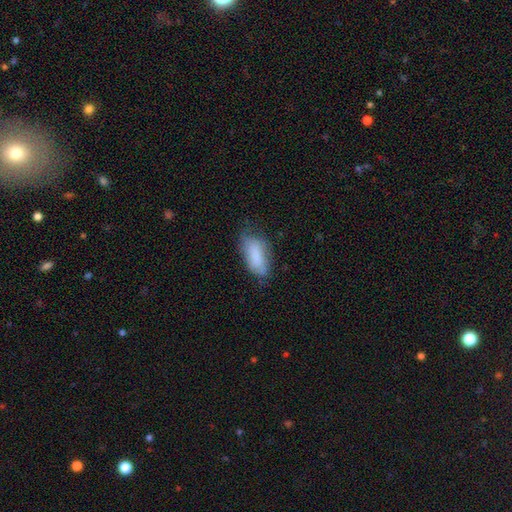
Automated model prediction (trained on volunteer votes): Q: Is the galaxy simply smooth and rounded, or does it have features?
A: smooth — 79%.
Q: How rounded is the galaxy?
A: in between — 88%.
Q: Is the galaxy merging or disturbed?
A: none — 53%.